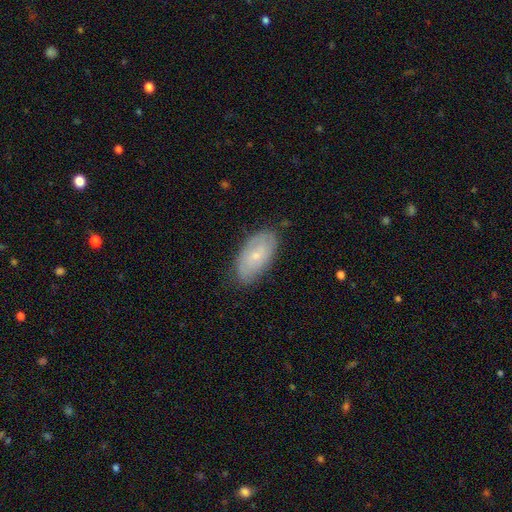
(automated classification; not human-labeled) Morphology: type=smooth (49%); merging=none (79%).